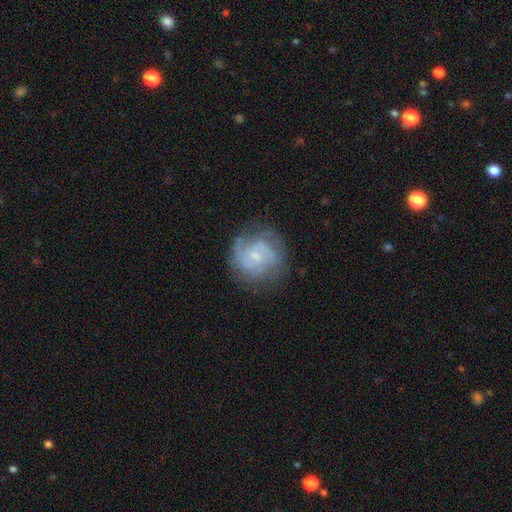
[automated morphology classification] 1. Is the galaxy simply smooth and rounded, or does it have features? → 75% featured or disk, 18% smooth, 7% star or artifact.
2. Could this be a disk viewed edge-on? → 98% no, 2% yes.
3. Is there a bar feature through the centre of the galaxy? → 57% no, 37% weak, 5% strong.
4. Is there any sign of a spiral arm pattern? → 91% yes, 9% no.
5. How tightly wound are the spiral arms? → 45% tight, 42% medium, 13% loose.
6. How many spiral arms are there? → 31% 2, 28% can't tell, 25% 3, 7% 4, 5% 1, 4% more than 4.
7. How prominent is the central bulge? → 63% small, 24% moderate, 11% none, 2% large, 1% dominant.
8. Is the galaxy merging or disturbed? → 71% none, 18% minor disturbance, 9% major disturbance, 1% merger.